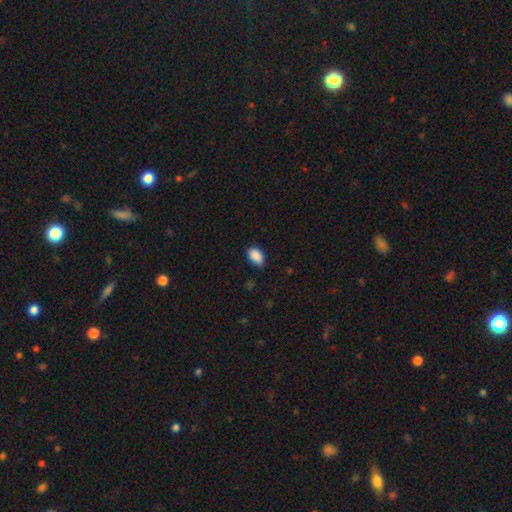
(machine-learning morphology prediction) A smooth galaxy with no disk features (90%) that is in between round and cigar-shaped (91%). Merging: none (77%).